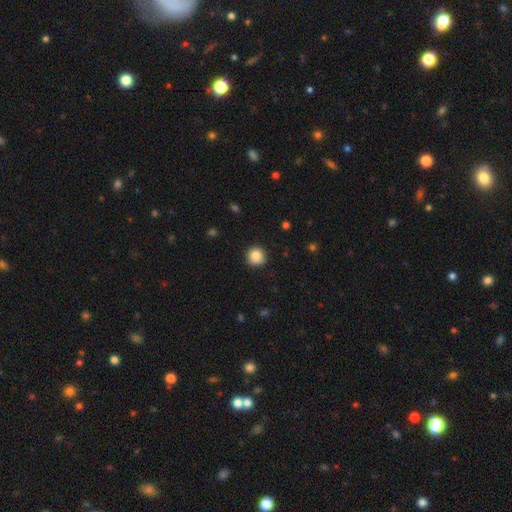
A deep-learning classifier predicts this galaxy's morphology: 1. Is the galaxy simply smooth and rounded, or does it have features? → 85% smooth, 9% star or artifact, 6% featured or disk.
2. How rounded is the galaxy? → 94% round, 5% in between, 1% cigar-shaped.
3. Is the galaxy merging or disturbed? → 89% none, 8% minor disturbance, 2% major disturbance, 1% merger.